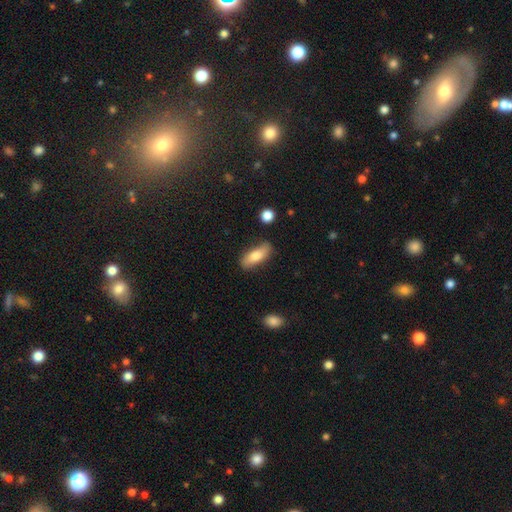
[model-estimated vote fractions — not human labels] A smooth galaxy with no disk features (76%) that is in between round and cigar-shaped (69%).

Vote fractions:
- Smooth or featured? smooth: 76% / featured or disk: 18% / star or artifact: 6%
- How rounded? in between: 69% / cigar-shaped: 28% / round: 3%
- Merging? none: 78% / minor disturbance: 16% / major disturbance: 3% / merger: 3%